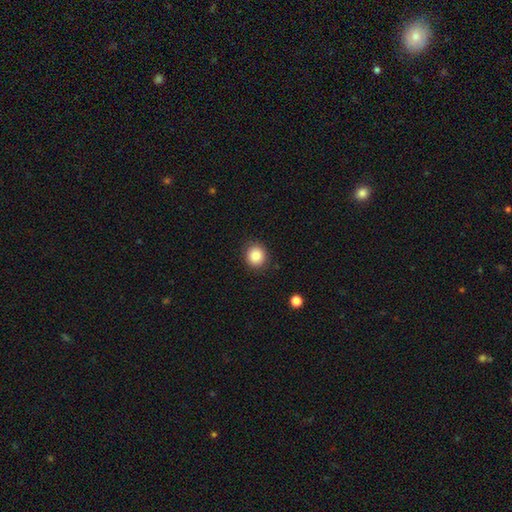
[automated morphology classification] The model was most divided on "how rounded": round: 87%, in between: 12%, cigar-shaped: 1%. More confident: merging — none (89%); smooth or featured — smooth (85%).